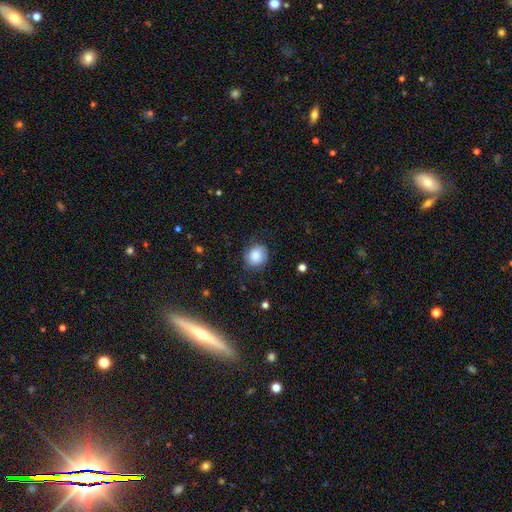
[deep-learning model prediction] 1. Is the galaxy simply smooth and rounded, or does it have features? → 79% smooth, 13% featured or disk, 8% star or artifact.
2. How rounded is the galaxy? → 77% round, 22% in between, 1% cigar-shaped.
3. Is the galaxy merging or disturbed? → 77% none, 17% minor disturbance, 5% major disturbance, 1% merger.